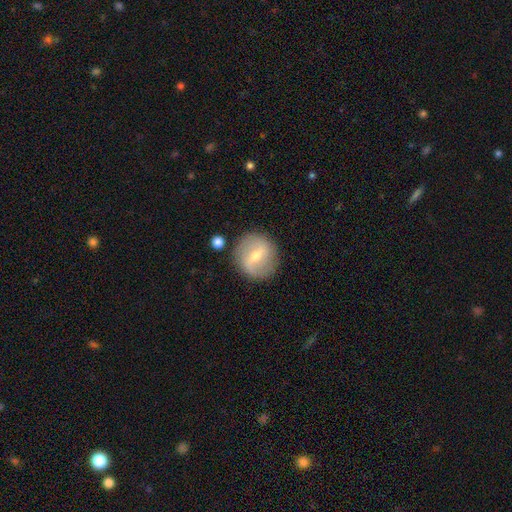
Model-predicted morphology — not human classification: Q: Smooth or featured?
A: featured or disk (59%); runner-up: smooth (34%)
Q: Edge-on disk?
A: no (96%); runner-up: yes (4%)
Q: Bar?
A: weak (54%); runner-up: strong (29%)
Q: Spiral arms?
A: yes (69%); runner-up: no (31%)
Q: Bulge size?
A: moderate (61%); runner-up: small (34%)
Q: Merging?
A: none (83%); runner-up: minor disturbance (11%)